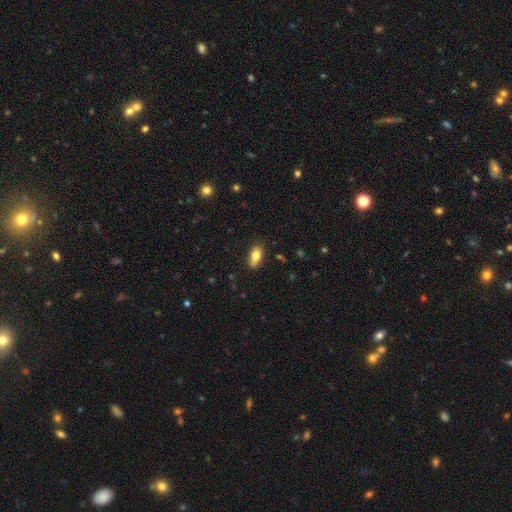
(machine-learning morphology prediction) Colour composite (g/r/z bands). It shows a smooth galaxy with no disk features (79%) that is in between round and cigar-shaped (87%). Merging: none (81%).